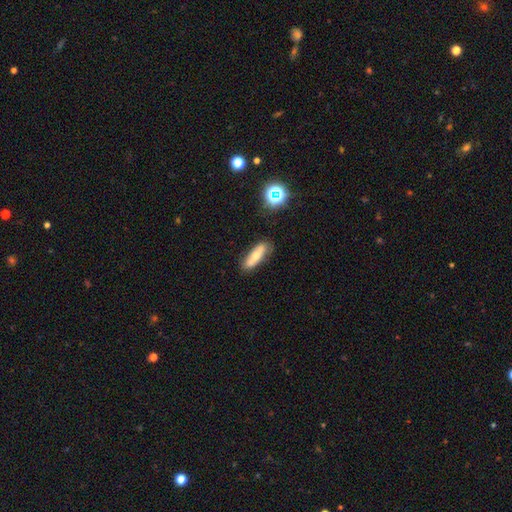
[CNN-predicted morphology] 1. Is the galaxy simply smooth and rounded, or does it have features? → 58% smooth, 32% featured or disk, 9% star or artifact.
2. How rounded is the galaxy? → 50% cigar-shaped, 47% in between, 3% round.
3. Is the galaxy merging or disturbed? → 79% none, 15% minor disturbance, 3% major disturbance, 3% merger.